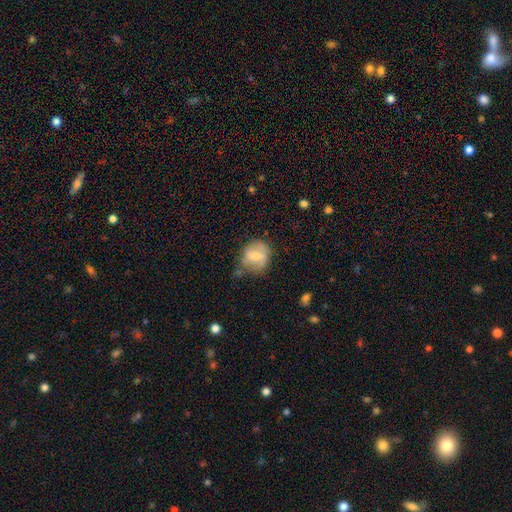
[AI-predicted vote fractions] Smooth or featured? featured or disk (49%)
Merging? none (51%)